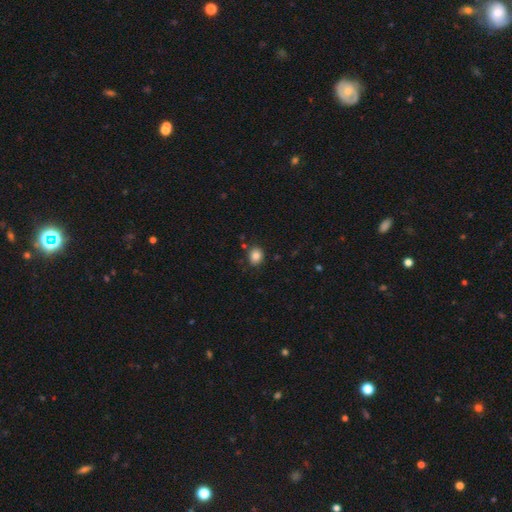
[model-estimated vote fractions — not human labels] Overall: smooth (84%). How rounded: round (60%; in between 39%). Merging: none (83%).